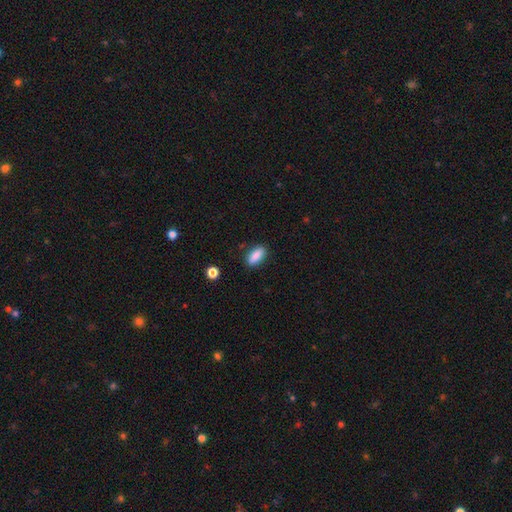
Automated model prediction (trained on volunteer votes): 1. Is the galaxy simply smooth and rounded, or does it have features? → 87% smooth, 7% star or artifact, 6% featured or disk.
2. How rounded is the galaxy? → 81% in between, 16% cigar-shaped, 3% round.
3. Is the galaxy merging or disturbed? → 86% none, 10% minor disturbance, 2% major disturbance, 2% merger.